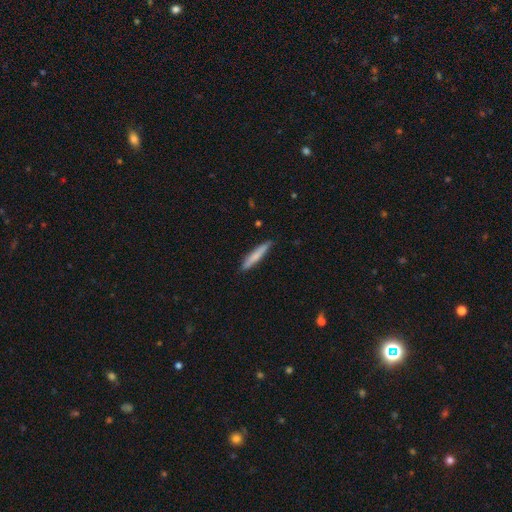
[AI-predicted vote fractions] smooth 71%, featured or disk 23%, star or artifact 6%. Down the decision tree: how rounded — cigar-shaped (93%); merging — none (87%).